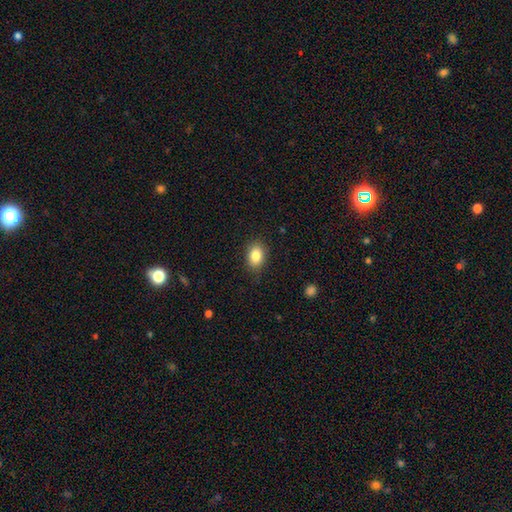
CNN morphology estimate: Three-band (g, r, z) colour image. It shows a smooth galaxy with no disk features (85%) that is in between round and cigar-shaped (75%). Merging: none (85%).